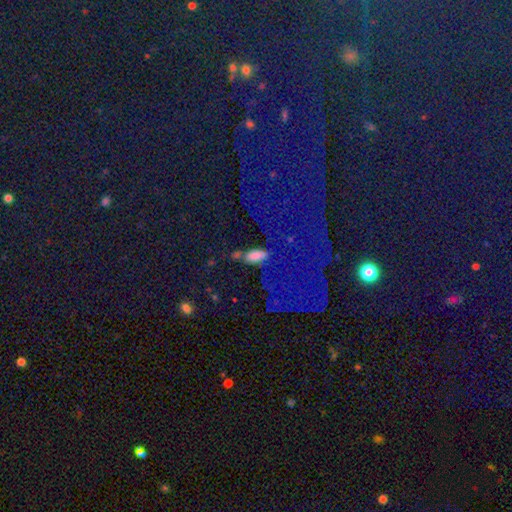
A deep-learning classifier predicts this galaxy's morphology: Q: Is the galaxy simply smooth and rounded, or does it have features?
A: smooth — 74%.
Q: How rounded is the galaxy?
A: in between — 79%.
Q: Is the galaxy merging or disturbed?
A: none — 60%.